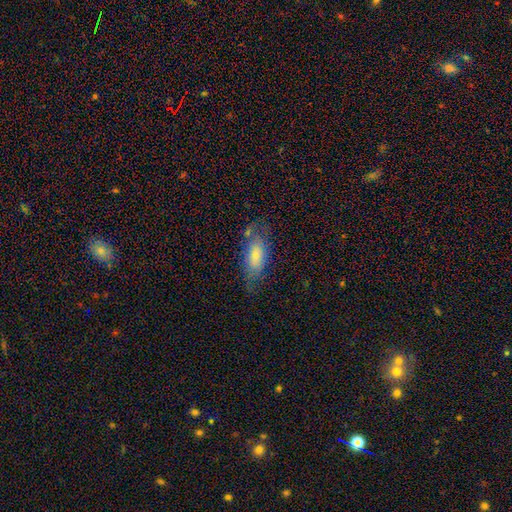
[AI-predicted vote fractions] The model was most divided on "smooth or featured": smooth: 62%, featured or disk: 30%, star or artifact: 8%. More confident: how rounded — in between (84%); merging — none (59%).